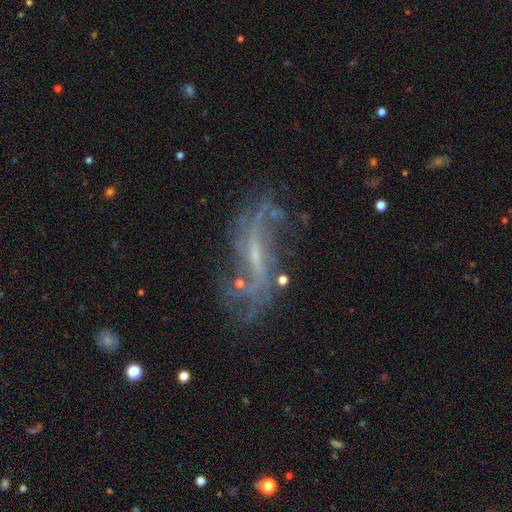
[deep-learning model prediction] The model was most divided on "bar": weak: 43%, strong: 32%, no: 25%. More confident: spiral arms — yes (80%); edge-on disk — no (78%); smooth or featured — featured or disk (77%); merging — none (58%); bulge size — small (56%).